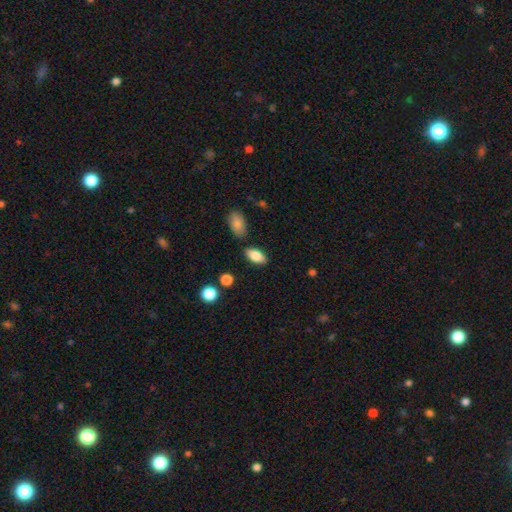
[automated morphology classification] Smooth or featured?
  - smooth: 82% *
  - featured or disk: 11%
  - star or artifact: 7%
How rounded?
  - in between: 90% *
  - cigar-shaped: 6%
  - round: 4%
Merging?
  - none: 81% *
  - minor disturbance: 12%
  - merger: 4%
  - major disturbance: 3%